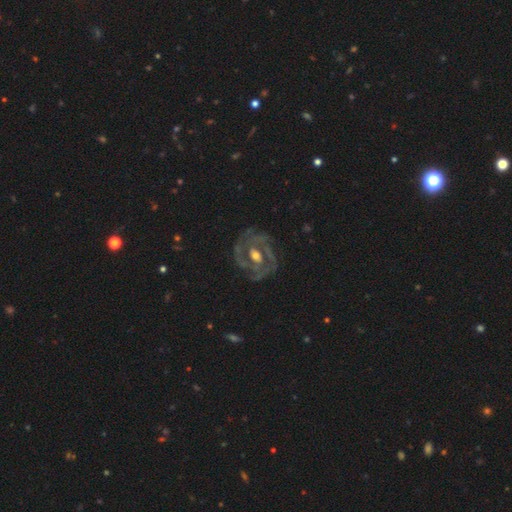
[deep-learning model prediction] A featured or disk galaxy (85%) with no bar (41%), 2 (39%) tight (51%) spiral arms (86%) and a moderate central bulge (68%).

Vote fractions:
- Smooth or featured? featured or disk: 85% / smooth: 9% / star or artifact: 6%
- Edge-on disk? no: 97% / yes: 3%
- Bar? no: 41% / weak: 40% / strong: 19%
- Spiral arms? yes: 86% / no: 14%
- Spiral winding? tight: 51% / medium: 38% / loose: 11%
- Spiral arm count? 2: 39% / can't tell: 24% / 3: 20% / 4: 7% / 1: 6% / more than 4: 5%
- Bulge size? moderate: 68% / small: 20% / large: 9% / none: 2% / dominant: 1%
- Merging? none: 69% / minor disturbance: 17% / major disturbance: 12% / merger: 2%